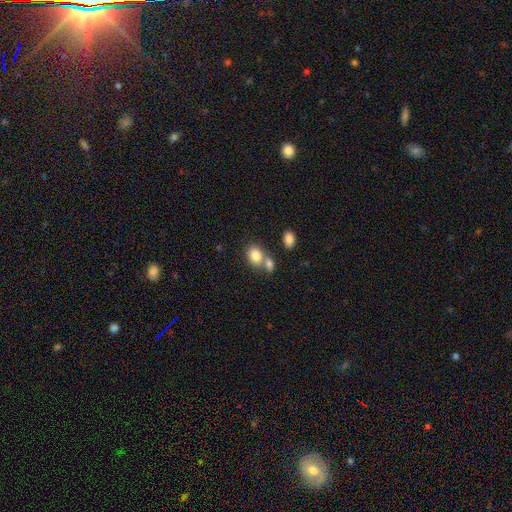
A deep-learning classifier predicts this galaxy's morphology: Smooth or featured: smooth — 82% (star or artifact — 9%)
How rounded: in between — 59% (round — 39%)
Merging: none — 43% (merger — 42%)